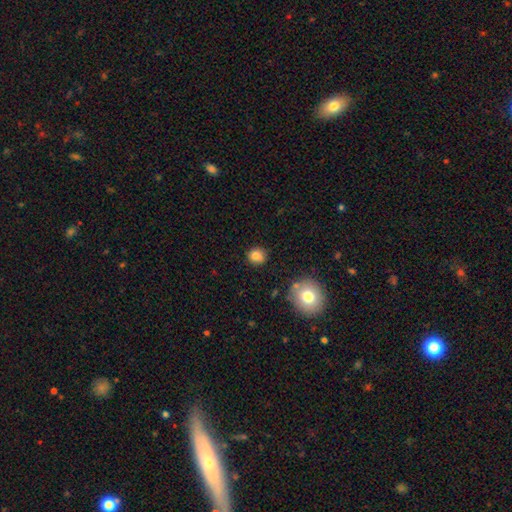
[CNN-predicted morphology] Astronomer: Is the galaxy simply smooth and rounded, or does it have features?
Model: smooth — 82%.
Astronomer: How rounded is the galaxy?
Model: round — 86%.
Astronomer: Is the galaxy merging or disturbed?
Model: none — 82%.